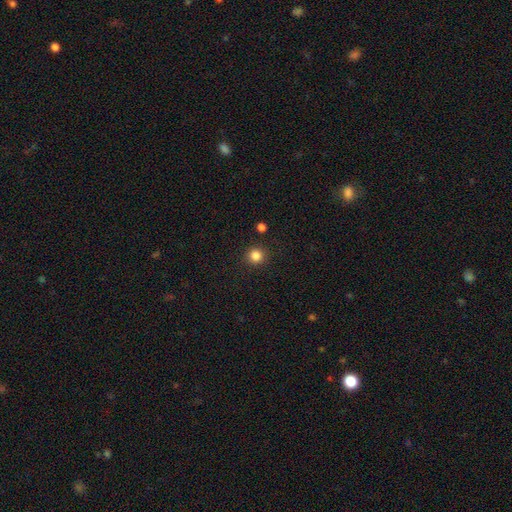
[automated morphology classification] smooth-or-featured: smooth: 84% | star or artifact: 12% | featured or disk: 4%
  how-rounded: round: 93% | in between: 6% | cigar-shaped: 1%
  merging: none: 90% | minor disturbance: 6% | major disturbance: 2% | merger: 2%